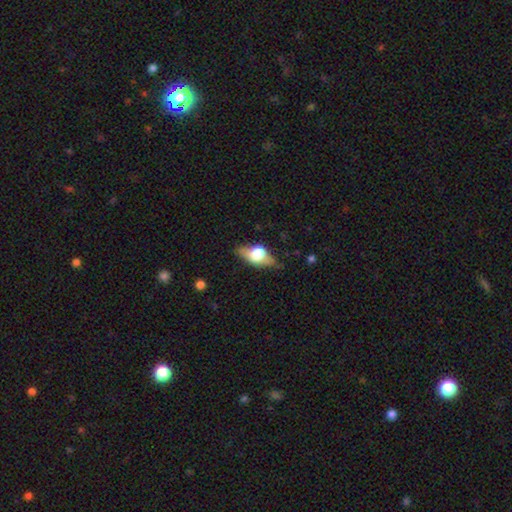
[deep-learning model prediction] smooth-or-featured: smooth: 47% | featured or disk: 44% | star or artifact: 9%
  merging: none: 65% | minor disturbance: 22% | major disturbance: 9% | merger: 4%